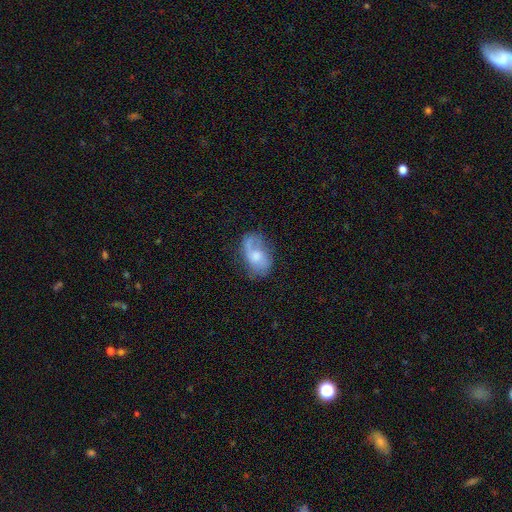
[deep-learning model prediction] A featured or disk galaxy (56%) with no bar (65%), spiral arms (80%) and a moderate central bulge (50%). Merging: none (51%).